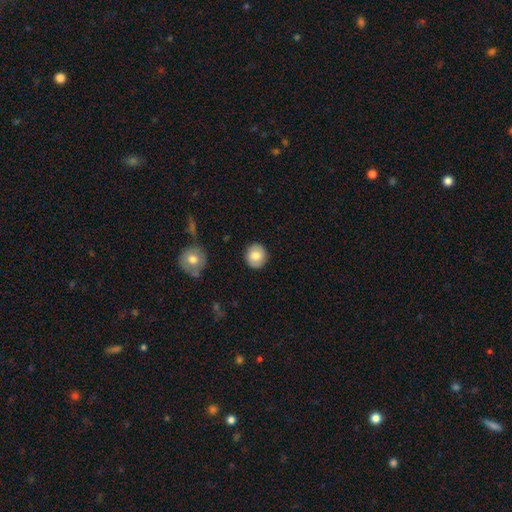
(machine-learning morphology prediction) type=smooth (80%); roundness=round (86%); merging=none (89%).